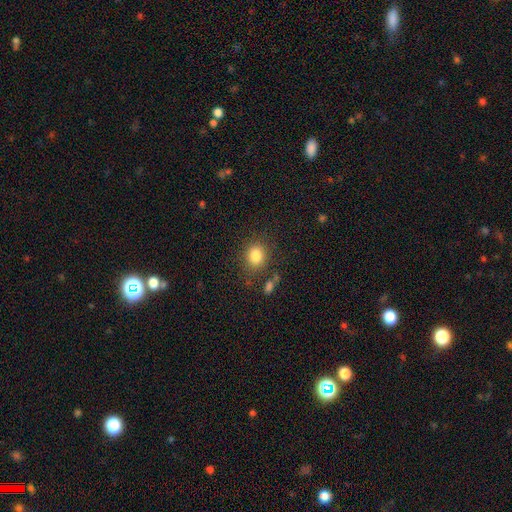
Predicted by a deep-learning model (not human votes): Smooth or featured? smooth (83%)
How rounded? round (71%)
Merging? none (80%)